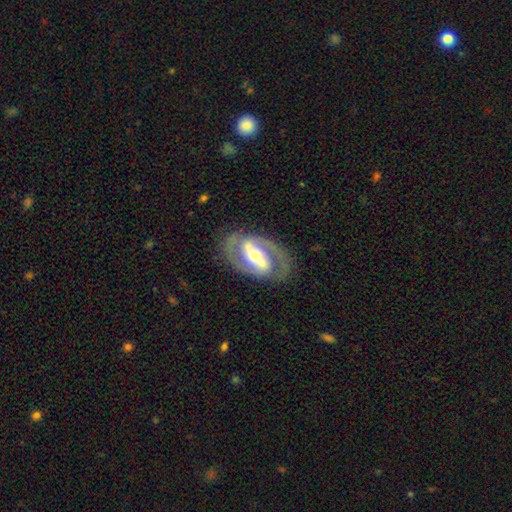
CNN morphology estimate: smooth-or-featured: featured or disk: 87% | smooth: 9% | star or artifact: 4%
  disk-edge-on: no: 95% | yes: 5%
    bar: strong: 67% | weak: 23% | no: 11%
    has-spiral-arms: yes: 90% | no: 10%
      spiral-winding: medium: 49% | tight: 36% | loose: 14%
      spiral-arm-count: 2: 90% | can't tell: 4% | 1: 3% | 3: 1% | 4: 1% | more than 4: 1%
    bulge-size: moderate: 65% | small: 22% | large: 11% | dominant: 1% | none: 1%
  merging: none: 82% | minor disturbance: 12% | major disturbance: 5% | merger: 1%